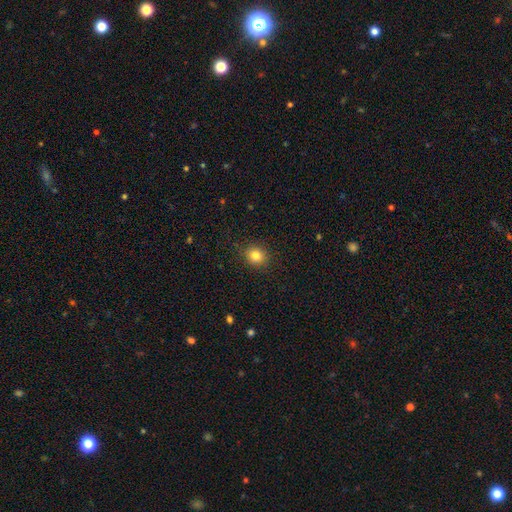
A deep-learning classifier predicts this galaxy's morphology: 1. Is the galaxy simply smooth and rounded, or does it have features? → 83% smooth, 11% star or artifact, 6% featured or disk.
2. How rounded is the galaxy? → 81% round, 18% in between, 1% cigar-shaped.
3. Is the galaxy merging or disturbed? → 89% none, 8% minor disturbance, 2% major disturbance, 1% merger.